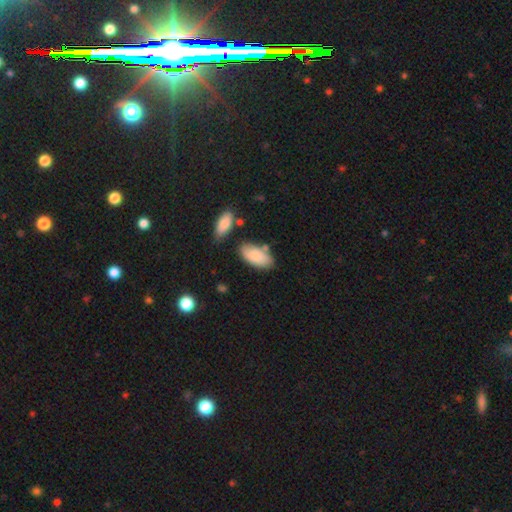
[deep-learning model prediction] smooth-or-featured: smooth: 84% | featured or disk: 10% | star or artifact: 6%
  how-rounded: in between: 93% | cigar-shaped: 5% | round: 2%
  merging: none: 68% | minor disturbance: 19% | merger: 9% | major disturbance: 4%